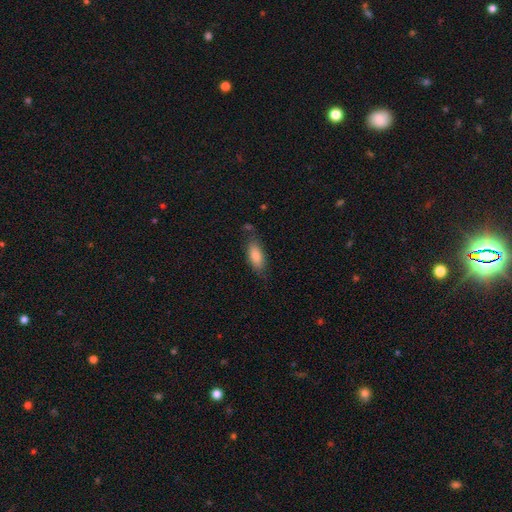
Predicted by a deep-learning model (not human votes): The model was most divided on "merging": none: 70%, minor disturbance: 21%, major disturbance: 6%, merger: 4%. More confident: smooth or featured — smooth (81%); how rounded — in between (80%).